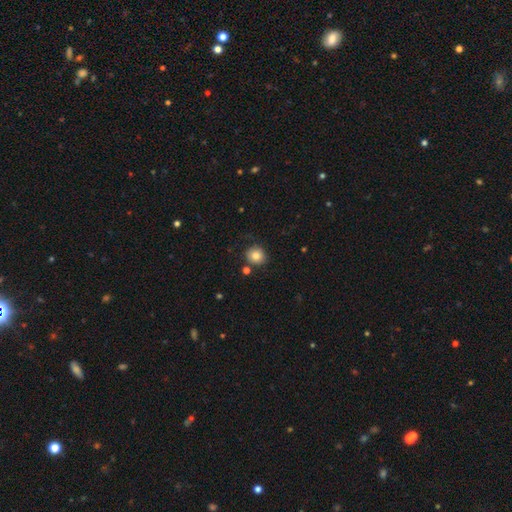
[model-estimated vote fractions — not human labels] Overall: smooth (83%). How rounded: round (88%). Merging: none (82%).